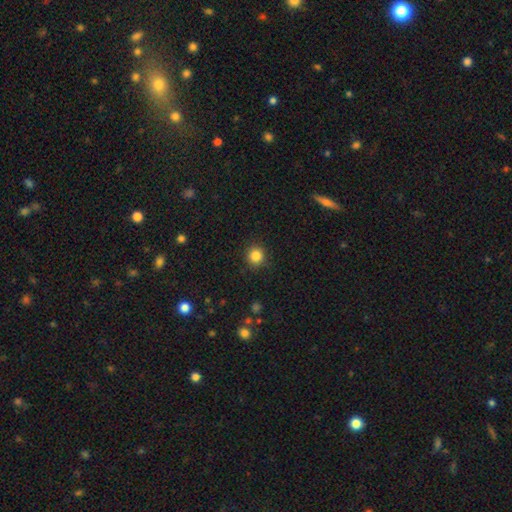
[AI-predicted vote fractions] Q: Smooth or featured?
A: smooth (85%); runner-up: star or artifact (11%)
Q: How rounded?
A: round (92%); runner-up: in between (7%)
Q: Merging?
A: none (91%); runner-up: minor disturbance (6%)